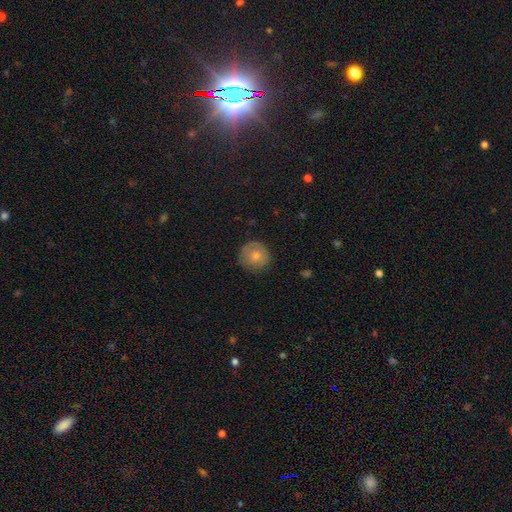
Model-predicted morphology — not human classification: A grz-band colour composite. It shows a smooth galaxy with no disk features (71%) that is round (90%). Merging: none (78%).